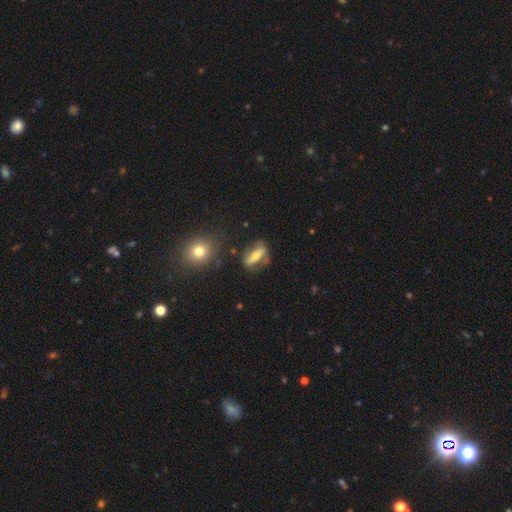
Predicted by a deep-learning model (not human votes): smooth_or_featured: featured or disk (p=0.53) [alt: smooth p=0.39]
disk_edge_on: no (p=0.56) [alt: yes p=0.44]
merging: none (p=0.66) [alt: minor disturbance p=0.19]